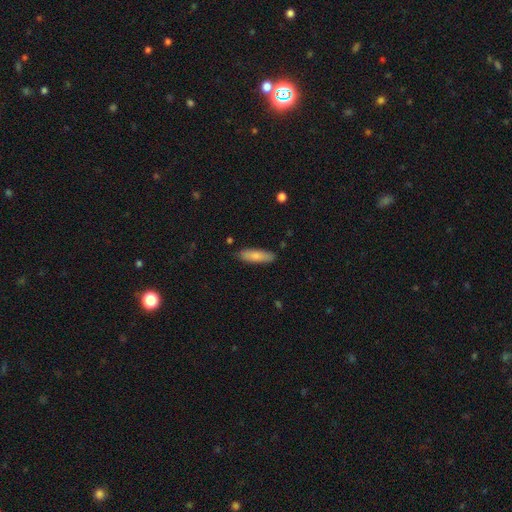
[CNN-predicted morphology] Q: Smooth or featured?
A: smooth (78%); runner-up: featured or disk (16%)
Q: How rounded?
A: cigar-shaped (55%); runner-up: in between (43%)
Q: Merging?
A: none (84%); runner-up: minor disturbance (12%)